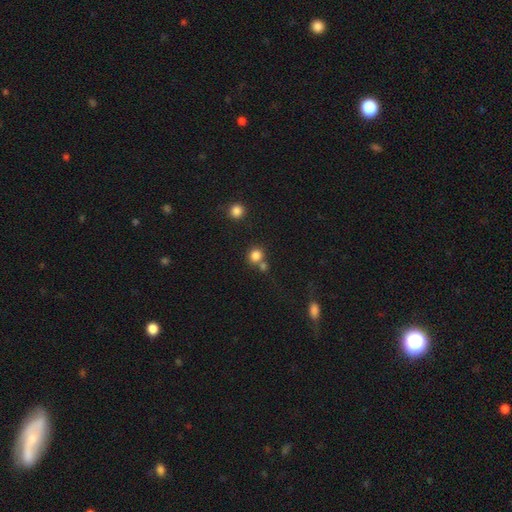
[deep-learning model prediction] Smooth or featured? smooth (82%)
How rounded? round (86%)
Merging? none (62%)